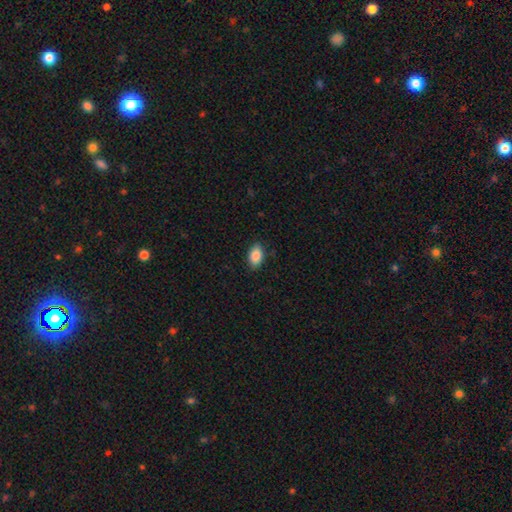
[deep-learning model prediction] smooth 87%, star or artifact 7%, featured or disk 6%. Down the decision tree: how rounded — in between (91%); merging — none (86%).